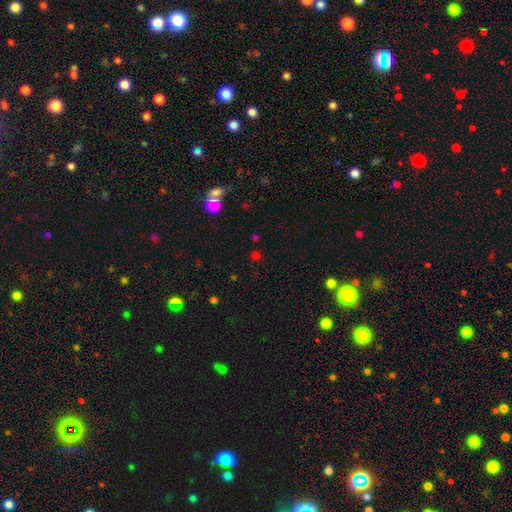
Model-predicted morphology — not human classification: A smooth galaxy with no disk features (51%) that is round (85%).

Vote fractions:
- Smooth or featured? smooth: 51% / star or artifact: 43% / featured or disk: 6%
- How rounded? round: 85% / in between: 13% / cigar-shaped: 1%
- Merging? none: 77% / minor disturbance: 10% / merger: 8% / major disturbance: 5%